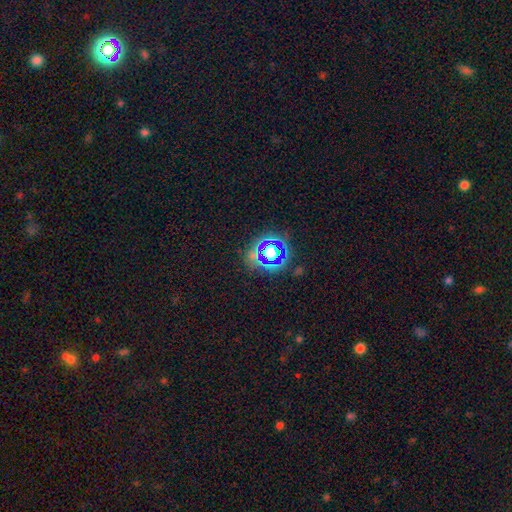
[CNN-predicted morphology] smooth_or_featured: star or artifact (p=0.67) [alt: smooth p=0.21]